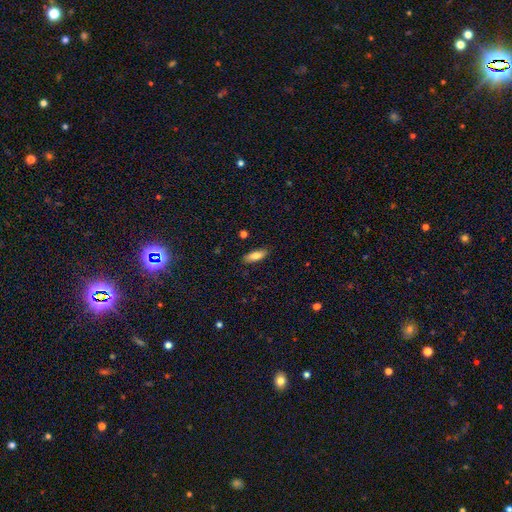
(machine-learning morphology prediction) A smooth galaxy with no disk features (80%) that is in between round and cigar-shaped (66%).

Vote fractions:
- Smooth or featured? smooth: 80% / featured or disk: 14% / star or artifact: 7%
- How rounded? in between: 66% / cigar-shaped: 32% / round: 2%
- Merging? none: 85% / minor disturbance: 11% / major disturbance: 2% / merger: 1%